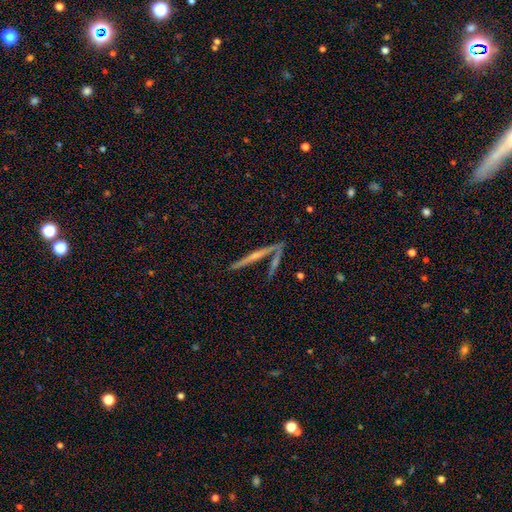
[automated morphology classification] A featured or disk galaxy (74%) viewed edge-on (93%) with a rounded central bulge (64%). Merging: none (68%).